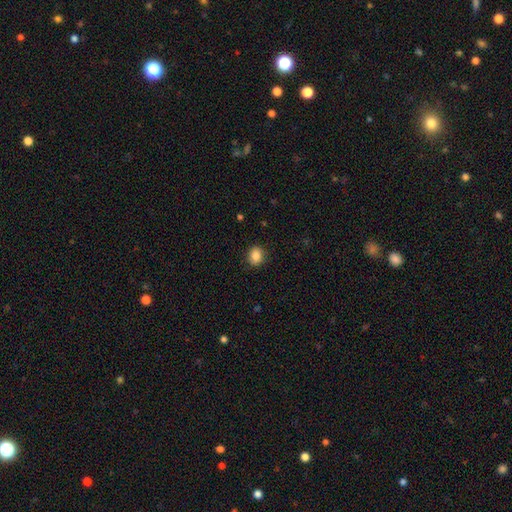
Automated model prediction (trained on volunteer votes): A smooth galaxy with no disk features (86%) that is round (64%). Merging: none (88%).